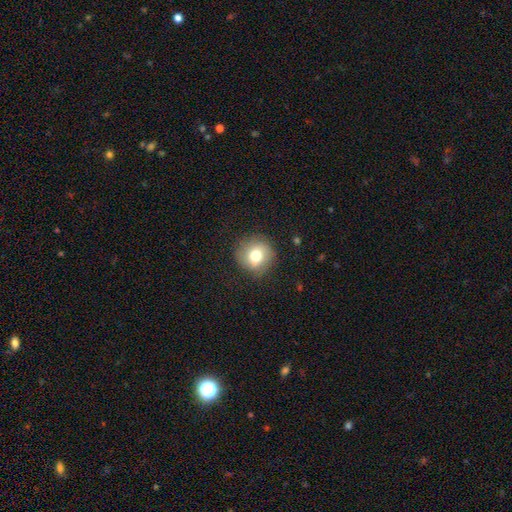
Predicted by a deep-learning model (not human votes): This is likely a smooth galaxy (73%). How rounded: clearly round (91%). Merging: clearly none (83%).